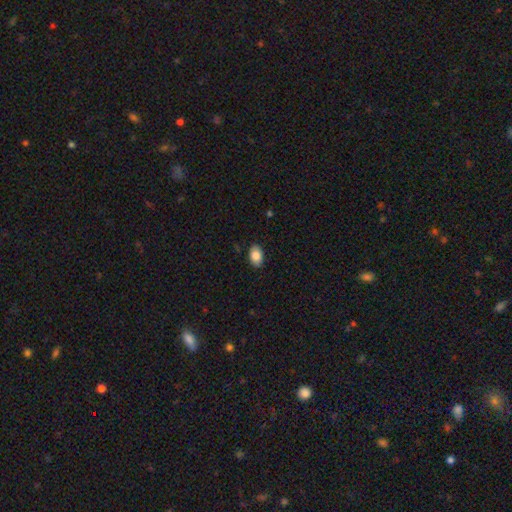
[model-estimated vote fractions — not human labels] Smooth or featured? Predicted: smooth (p=0.87). How rounded? Predicted: in between (p=0.85). Merging? Predicted: none (p=0.86).